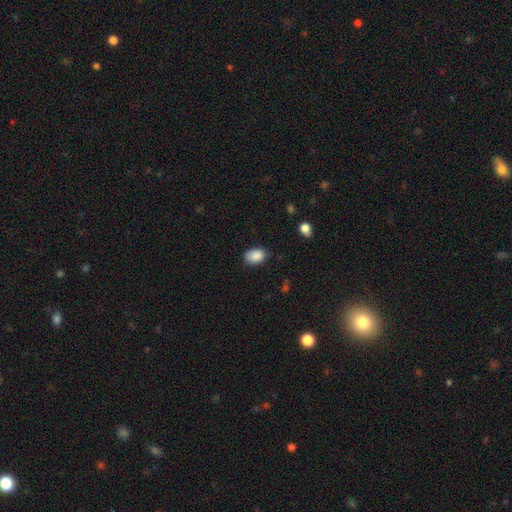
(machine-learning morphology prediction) smooth_or_featured: smooth (p=0.89) [alt: star or artifact p=0.07]
how_rounded: in between (p=0.85) [alt: round p=0.14]
merging: none (p=0.78) [alt: minor disturbance p=0.17]